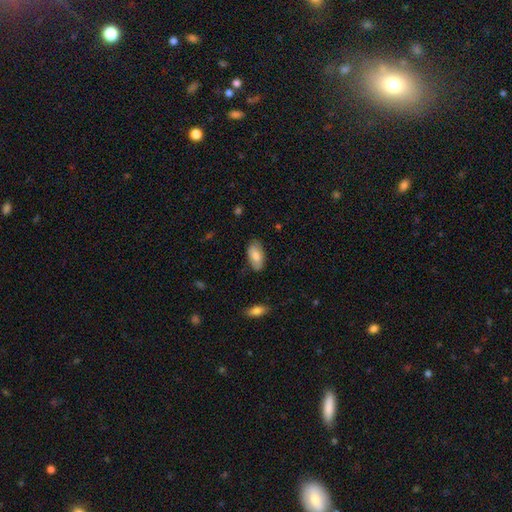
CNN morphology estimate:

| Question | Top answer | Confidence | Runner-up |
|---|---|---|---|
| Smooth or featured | smooth | 74% | featured or disk (20%) |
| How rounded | in between | 94% | cigar-shaped (3%) |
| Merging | none | 78% | minor disturbance (17%) |